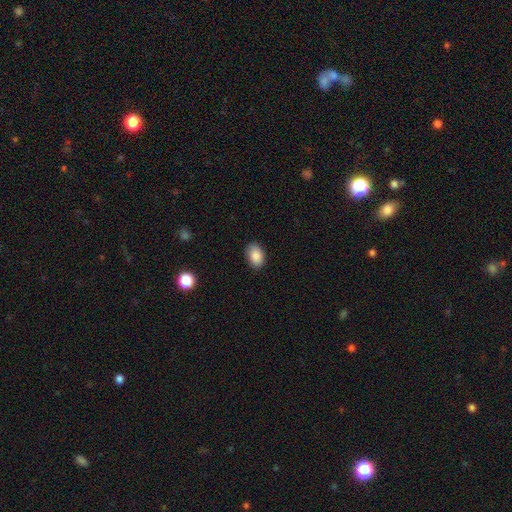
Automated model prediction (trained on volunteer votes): Q: Smooth or featured?
A: smooth (87%); runner-up: star or artifact (7%)
Q: How rounded?
A: in between (85%); runner-up: round (14%)
Q: Merging?
A: none (87%); runner-up: minor disturbance (10%)